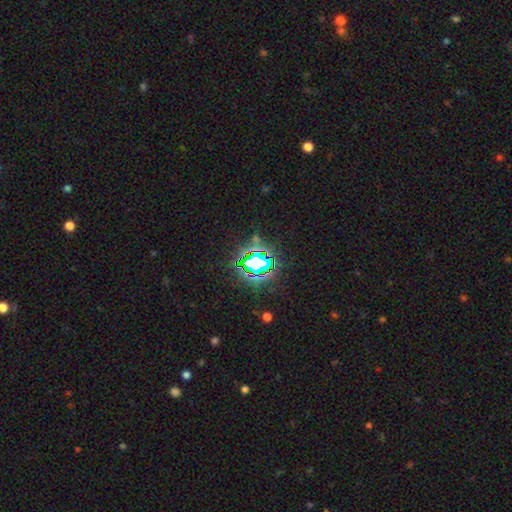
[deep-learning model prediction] This appears to be a star or artifact, not a galaxy (81%).